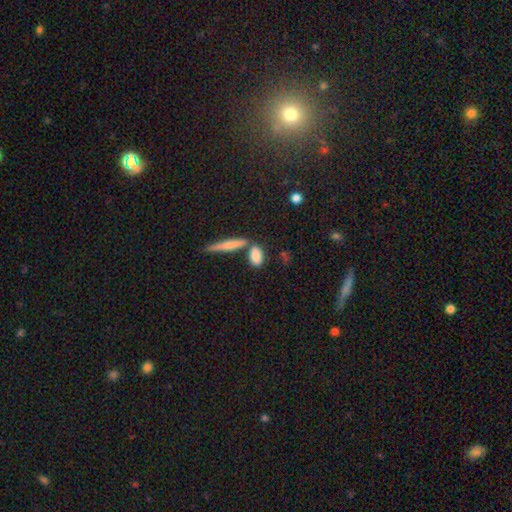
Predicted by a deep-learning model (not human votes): A smooth galaxy with no disk features (82%) that is in between round and cigar-shaped (79%).

Vote fractions:
- Smooth or featured? smooth: 82% / featured or disk: 10% / star or artifact: 7%
- How rounded? in between: 79% / cigar-shaped: 14% / round: 8%
- Merging? none: 62% / merger: 20% / minor disturbance: 14% / major disturbance: 4%